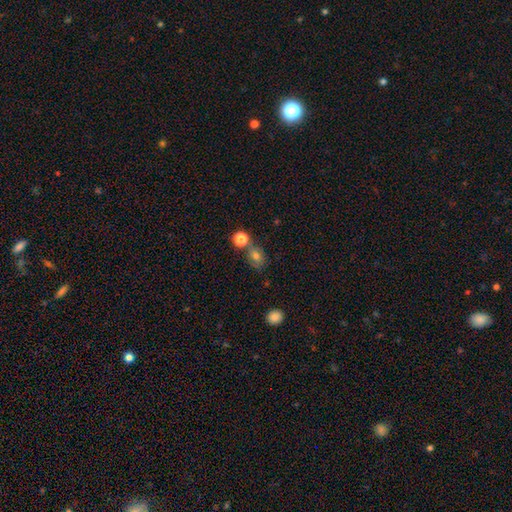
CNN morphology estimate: The model was most divided on "how rounded": in between: 50%, round: 49%, cigar-shaped: 2%. More confident: smooth or featured — smooth (71%); merging — none (54%).